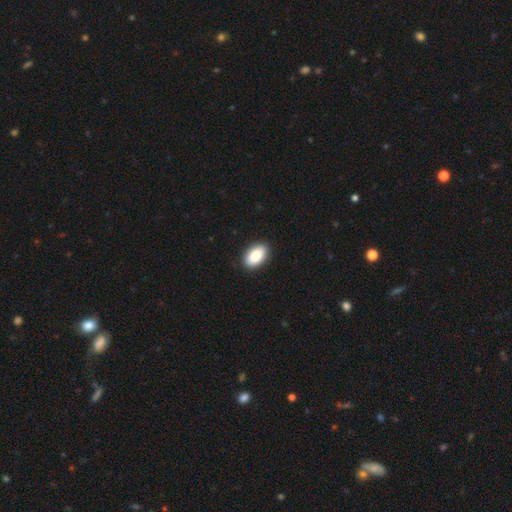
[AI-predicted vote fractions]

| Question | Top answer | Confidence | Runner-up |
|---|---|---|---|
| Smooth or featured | smooth | 88% | star or artifact (7%) |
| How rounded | in between | 93% | round (6%) |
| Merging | none | 90% | minor disturbance (7%) |